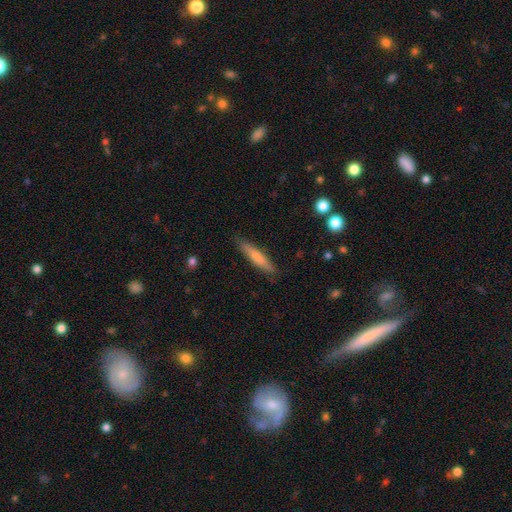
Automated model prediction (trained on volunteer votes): smooth 60%, featured or disk 33%, star or artifact 7%. Down the decision tree: how rounded — cigar-shaped (91%); merging — none (88%).